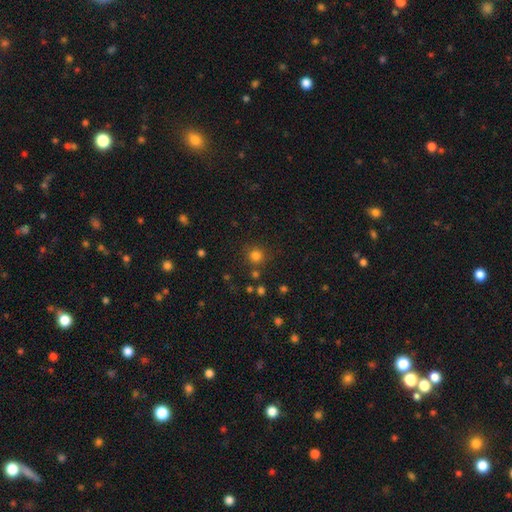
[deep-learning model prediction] Smooth or featured?
  - smooth: 79% *
  - star or artifact: 16%
  - featured or disk: 5%
How rounded?
  - round: 92% *
  - in between: 7%
  - cigar-shaped: 1%
Merging?
  - none: 82% *
  - minor disturbance: 9%
  - merger: 6%
  - major disturbance: 4%